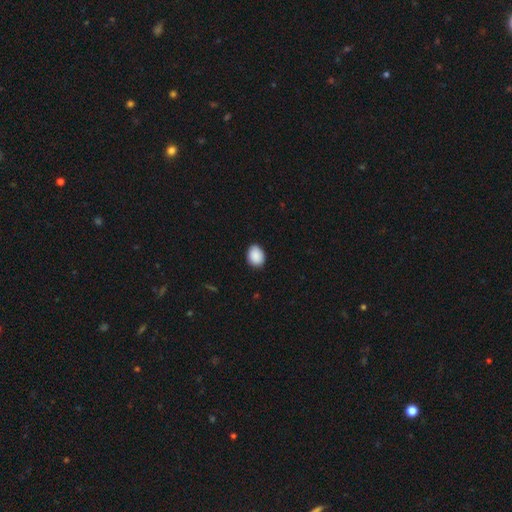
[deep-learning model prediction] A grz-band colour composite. It shows a smooth galaxy with no disk features (90%) that is in between round and cigar-shaped (58%). Merging: none (86%).